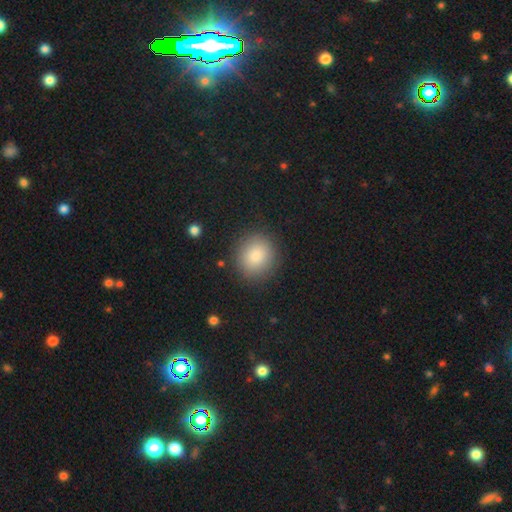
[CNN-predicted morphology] Overall: smooth (85%). How rounded: round (84%). Merging: none (88%).